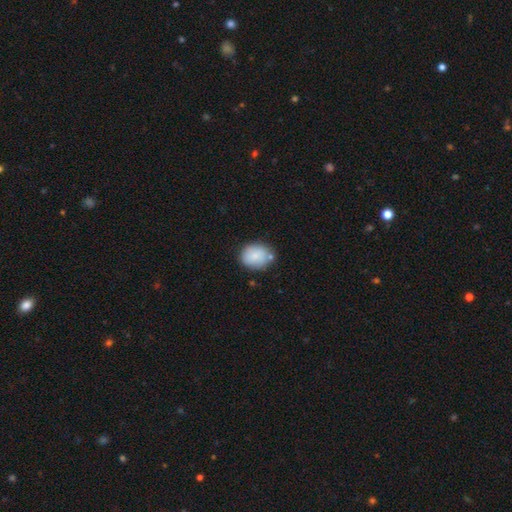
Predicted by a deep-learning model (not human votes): This is clearly a smooth galaxy (83%). How rounded: possibly round (56%). Merging: likely none (68%).